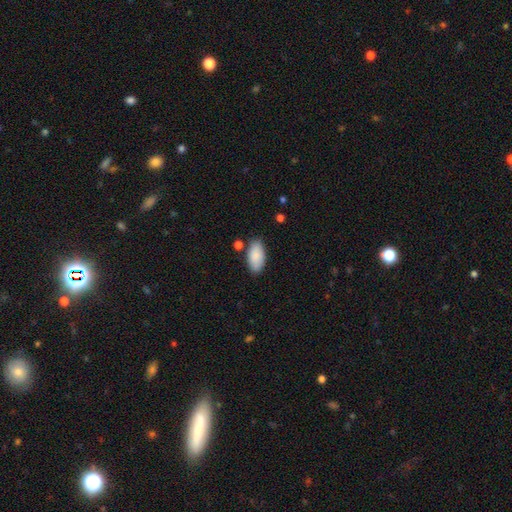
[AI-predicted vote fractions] This appears to be a smooth galaxy with no disk features (87%) that is in between round and cigar-shaped (94%). Merging: none (79%).